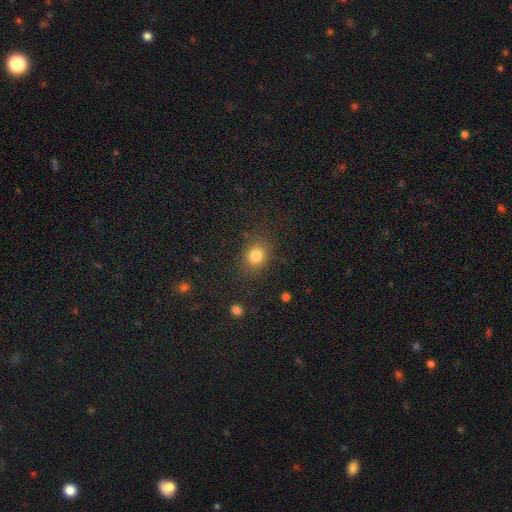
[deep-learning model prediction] A smooth galaxy with no disk features (81%) that is round (60%). Merging: none (83%).